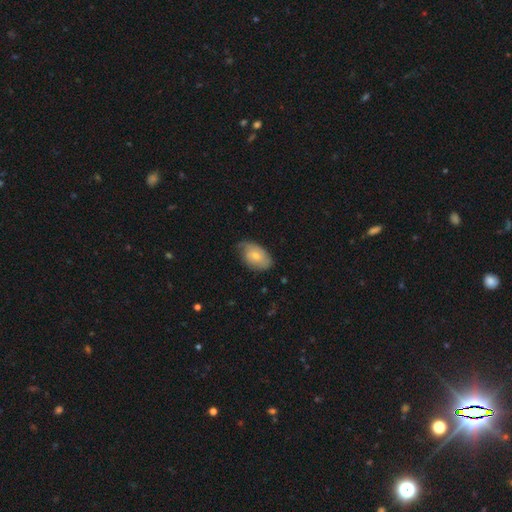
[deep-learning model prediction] Smooth or featured?
  - smooth: 62% *
  - featured or disk: 32%
  - star or artifact: 6%
How rounded?
  - in between: 90% *
  - round: 9%
  - cigar-shaped: 1%
Merging?
  - none: 55% *
  - minor disturbance: 35%
  - major disturbance: 9%
  - merger: 1%